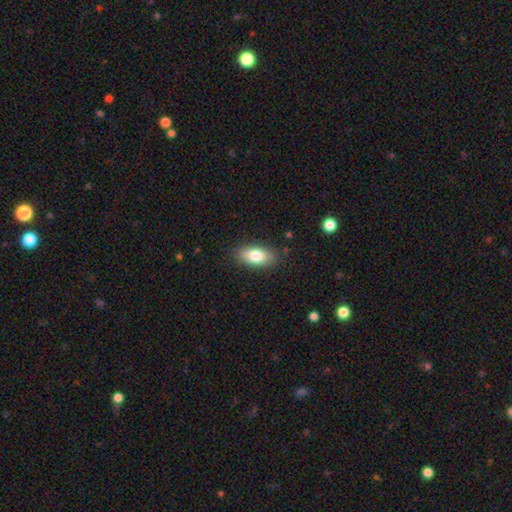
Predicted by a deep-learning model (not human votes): A smooth galaxy with no disk features (79%) that is in between round and cigar-shaped (85%).

Vote fractions:
- Smooth or featured? smooth: 79% / featured or disk: 14% / star or artifact: 7%
- How rounded? in between: 85% / cigar-shaped: 11% / round: 4%
- Merging? none: 86% / minor disturbance: 11% / major disturbance: 2% / merger: 1%